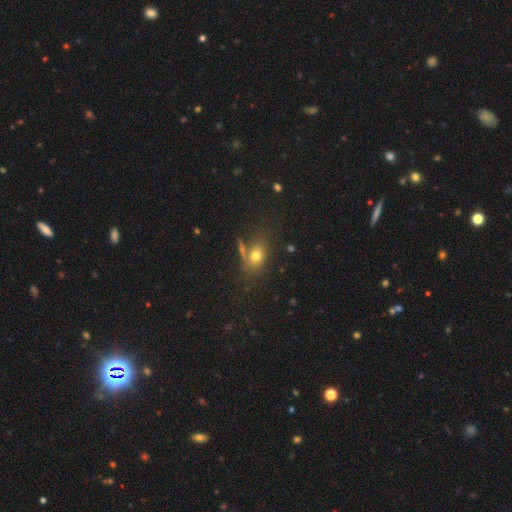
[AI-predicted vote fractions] smooth_or_featured: smooth (p=0.73) [alt: featured or disk p=0.14]
how_rounded: in between (p=0.71) [alt: round p=0.26]
merging: none (p=0.63) [alt: minor disturbance p=0.16]